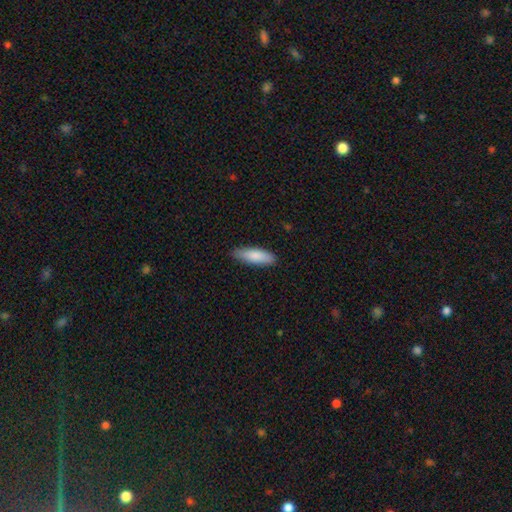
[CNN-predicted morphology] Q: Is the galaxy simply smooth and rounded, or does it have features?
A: smooth — 85%.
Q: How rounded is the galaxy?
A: cigar-shaped — 51%.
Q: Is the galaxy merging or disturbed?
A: none — 86%.